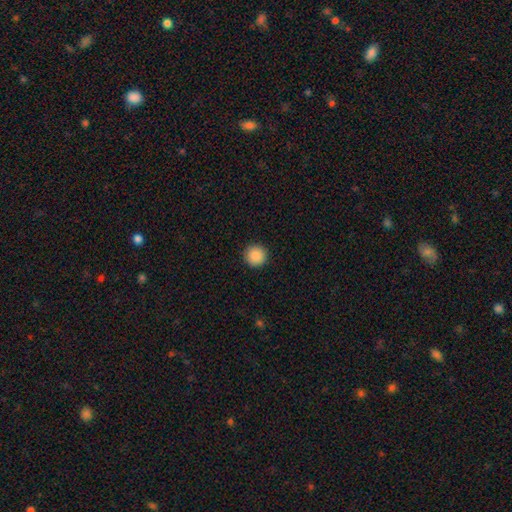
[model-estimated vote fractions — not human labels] Morphology: type=smooth (88%); roundness=round (96%); merging=none (93%).